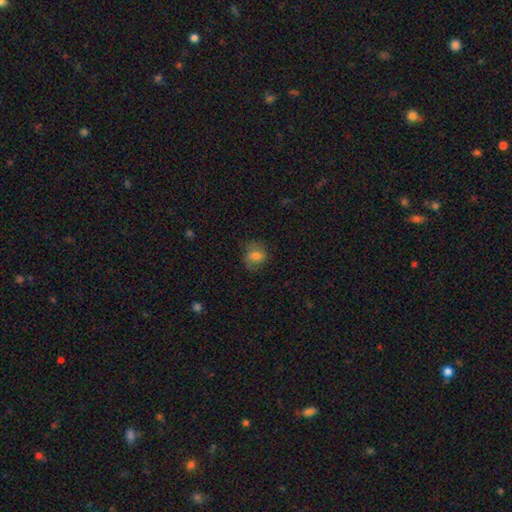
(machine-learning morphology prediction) type=smooth (72%); roundness=round (65%); merging=none (67%).